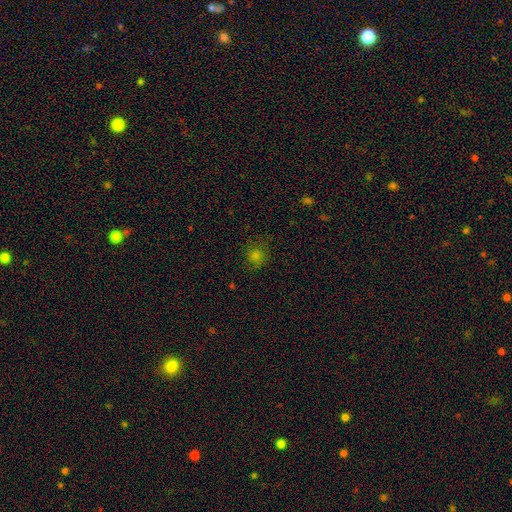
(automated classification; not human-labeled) A smooth galaxy with no disk features (71%) that is round (85%).

Vote fractions:
- Smooth or featured? smooth: 71% / star or artifact: 22% / featured or disk: 7%
- How rounded? round: 85% / in between: 14% / cigar-shaped: 1%
- Merging? none: 78% / minor disturbance: 15% / major disturbance: 6% / merger: 1%